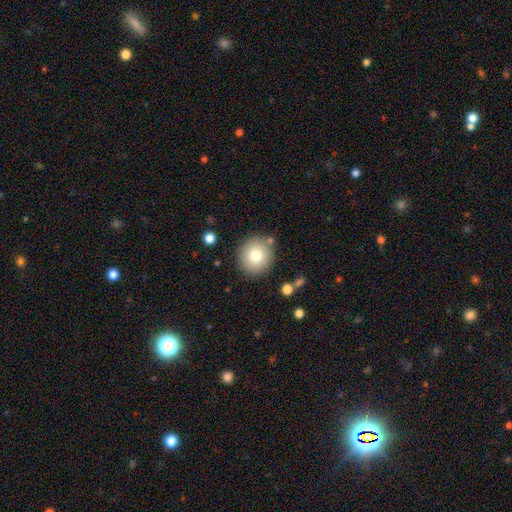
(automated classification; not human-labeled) A smooth galaxy with no disk features (77%) that is round (88%).

Vote fractions:
- Smooth or featured? smooth: 77% / featured or disk: 13% / star or artifact: 10%
- How rounded? round: 88% / in between: 11% / cigar-shaped: 1%
- Merging? none: 84% / minor disturbance: 9% / merger: 4% / major disturbance: 3%